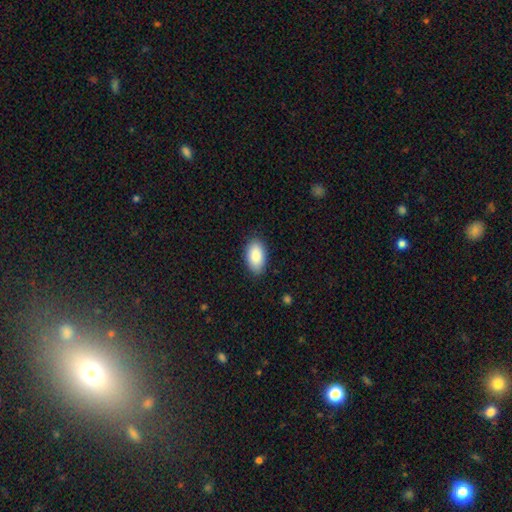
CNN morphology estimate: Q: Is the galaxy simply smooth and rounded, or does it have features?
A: smooth — 89%.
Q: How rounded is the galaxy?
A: in between — 95%.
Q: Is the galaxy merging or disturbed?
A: none — 86%.